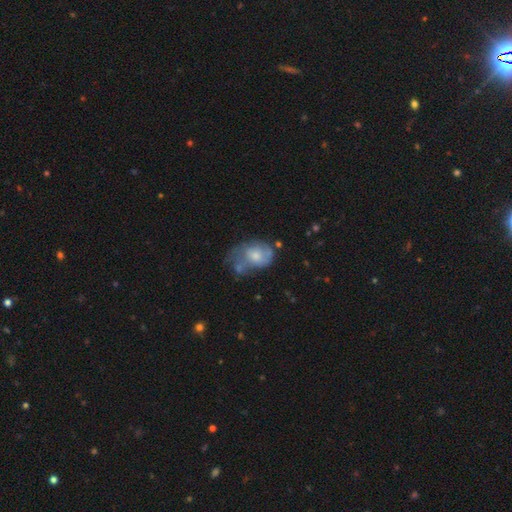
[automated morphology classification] Smooth or featured? Predicted: smooth (p=0.51). How rounded? Predicted: in between (p=0.72). Merging? Predicted: minor disturbance (p=0.29).